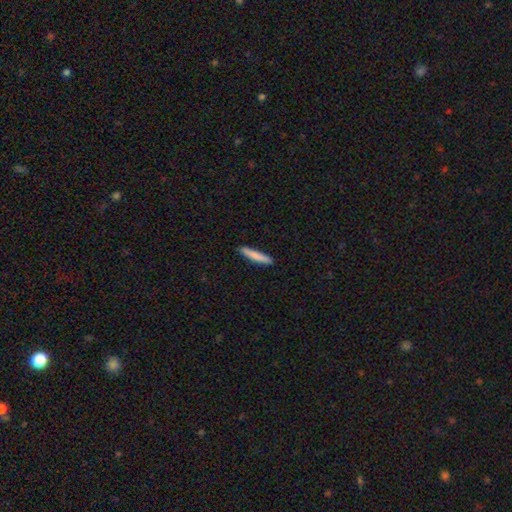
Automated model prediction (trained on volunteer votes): The model was most divided on "smooth or featured": smooth: 82%, featured or disk: 12%, star or artifact: 6%. More confident: how rounded — cigar-shaped (92%); merging — none (90%).